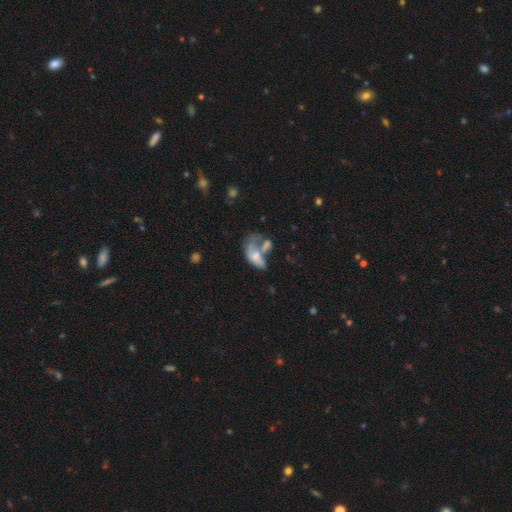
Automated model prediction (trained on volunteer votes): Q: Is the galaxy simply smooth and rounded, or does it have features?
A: smooth — 46%.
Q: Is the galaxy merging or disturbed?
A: merger — 46%.